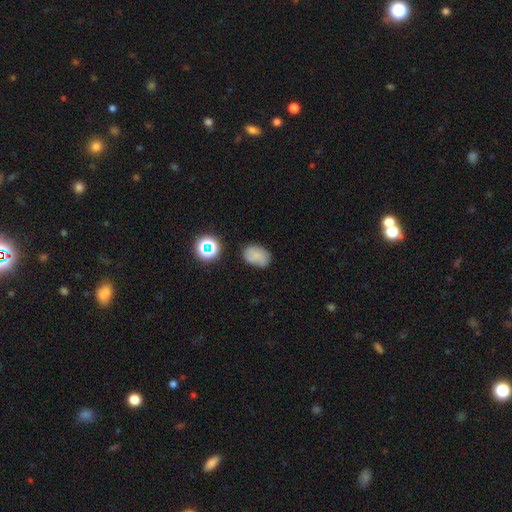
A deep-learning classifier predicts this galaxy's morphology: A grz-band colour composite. It shows a smooth galaxy with no disk features (70%) that is in between round and cigar-shaped (76%). Merging: none (72%).